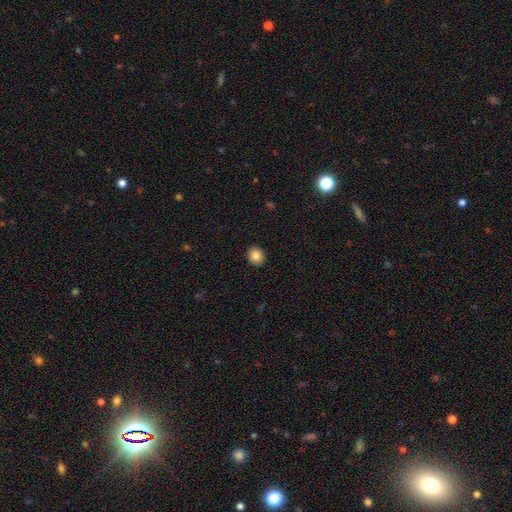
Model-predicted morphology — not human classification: Smooth or featured? Predicted: smooth (p=0.85). How rounded? Predicted: round (p=0.74). Merging? Predicted: none (p=0.92).